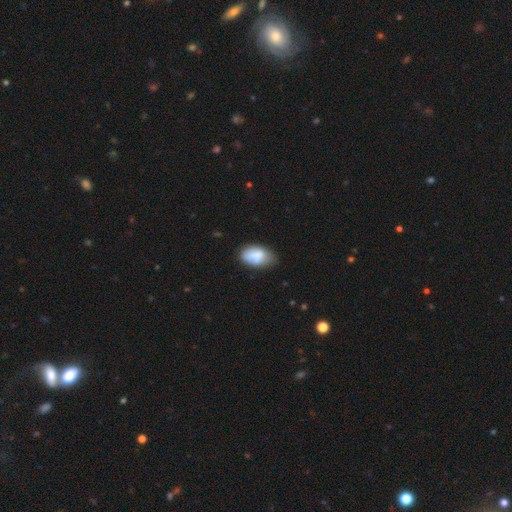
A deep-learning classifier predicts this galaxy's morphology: The model was most divided on "merging": none: 58%, minor disturbance: 31%, major disturbance: 7%, merger: 4%. More confident: how rounded — in between (92%); smooth or featured — smooth (77%).